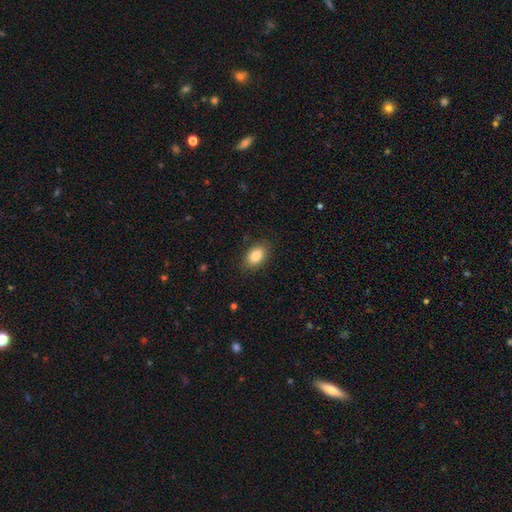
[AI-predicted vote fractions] Smooth or featured? smooth (86%)
How rounded? in between (89%)
Merging? none (85%)